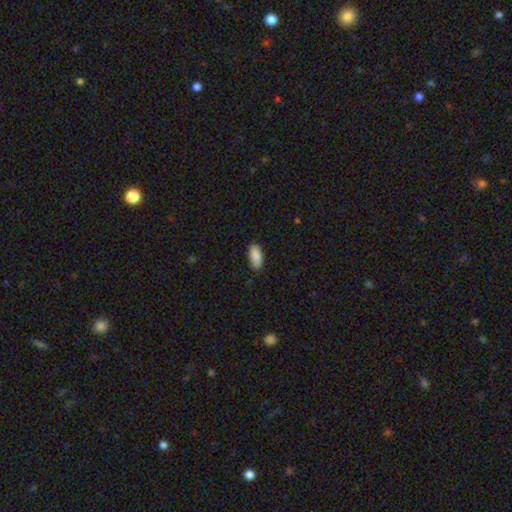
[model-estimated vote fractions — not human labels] smooth-or-featured: smooth: 90% | star or artifact: 6% | featured or disk: 4%
  how-rounded: in between: 91% | cigar-shaped: 7% | round: 2%
  merging: none: 82% | minor disturbance: 15% | major disturbance: 2% | merger: 1%